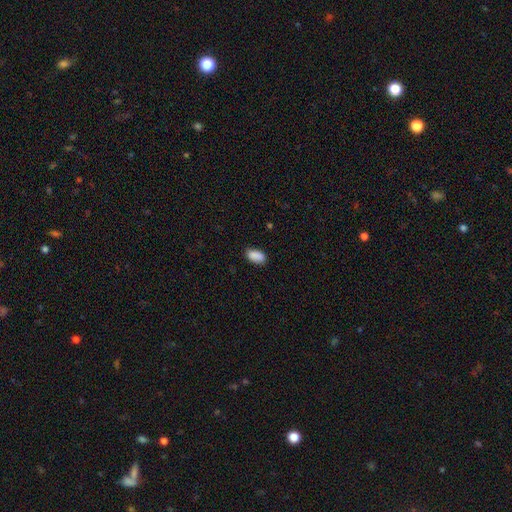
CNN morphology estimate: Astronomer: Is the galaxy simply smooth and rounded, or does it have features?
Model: smooth — 89%.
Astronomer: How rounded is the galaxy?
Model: in between — 92%.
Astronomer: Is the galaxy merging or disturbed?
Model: none — 83%.